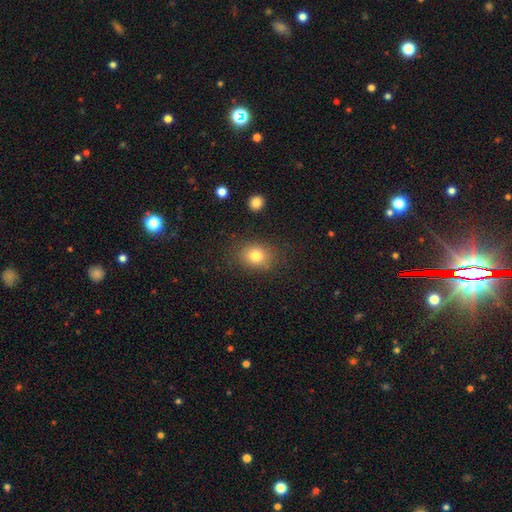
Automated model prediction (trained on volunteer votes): Smooth or featured: smooth — 80% (star or artifact — 11%)
How rounded: round — 50% (in between — 49%)
Merging: none — 81% (minor disturbance — 12%)